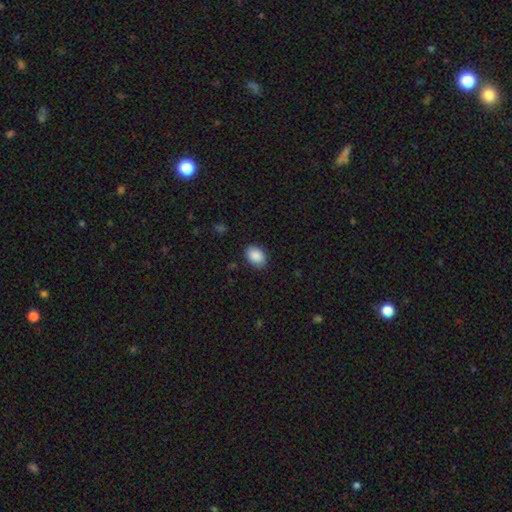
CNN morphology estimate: type=smooth (90%); roundness=in between (80%); merging=none (86%).